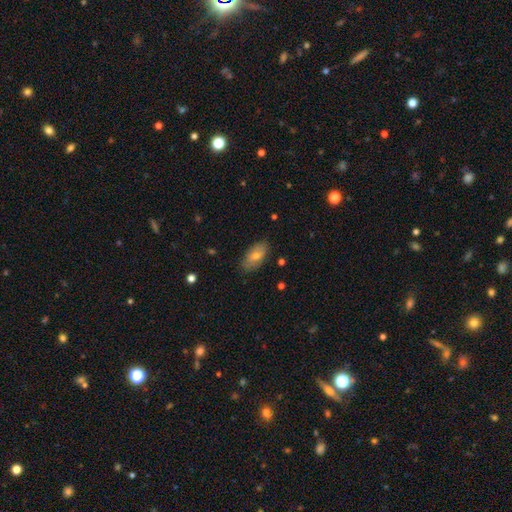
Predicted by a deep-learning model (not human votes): Morphology: type=smooth (65%); roundness=in between (90%); merging=none (82%).